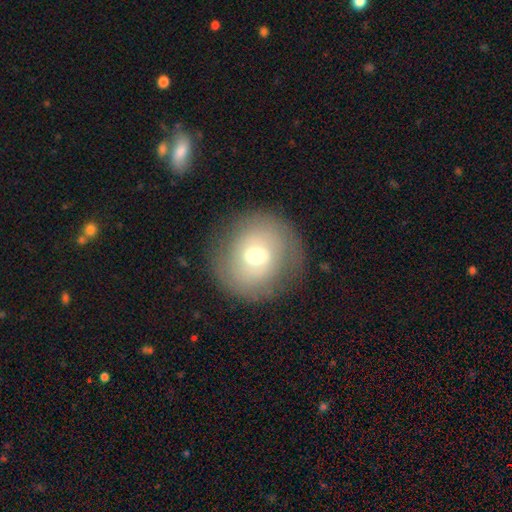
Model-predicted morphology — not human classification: smooth_or_featured: smooth (p=0.47) [alt: featured or disk p=0.43]
merging: none (p=0.80) [alt: minor disturbance p=0.13]